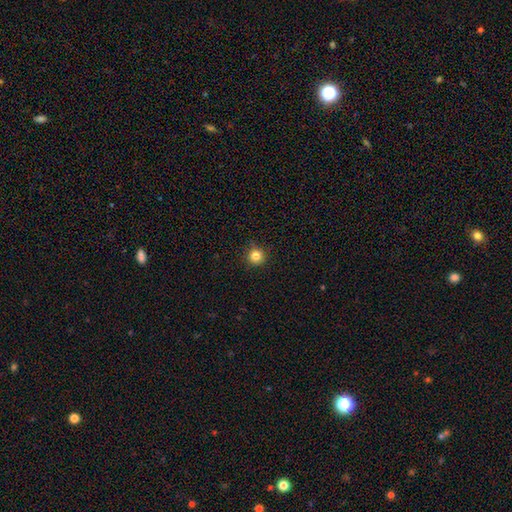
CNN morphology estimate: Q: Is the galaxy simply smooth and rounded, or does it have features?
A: smooth — 83%.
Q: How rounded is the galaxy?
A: round — 95%.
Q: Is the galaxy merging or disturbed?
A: none — 91%.